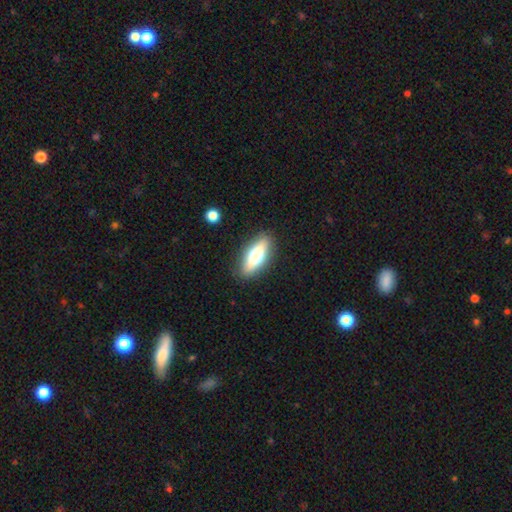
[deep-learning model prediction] smooth 55%, featured or disk 38%, star or artifact 7%. Down the decision tree: how rounded — in between (62%); merging — none (88%).